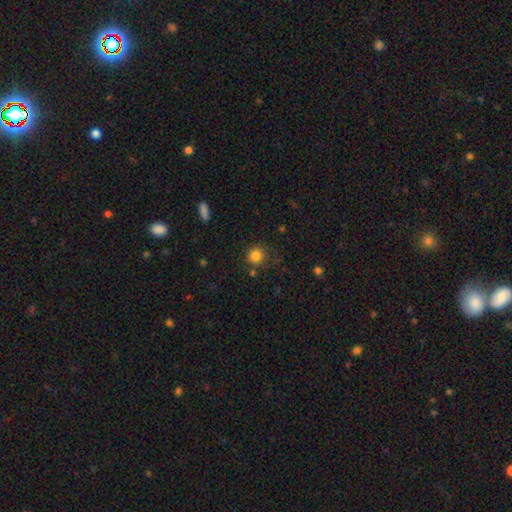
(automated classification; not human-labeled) Smooth or featured? smooth (84%)
How rounded? round (91%)
Merging? none (79%)